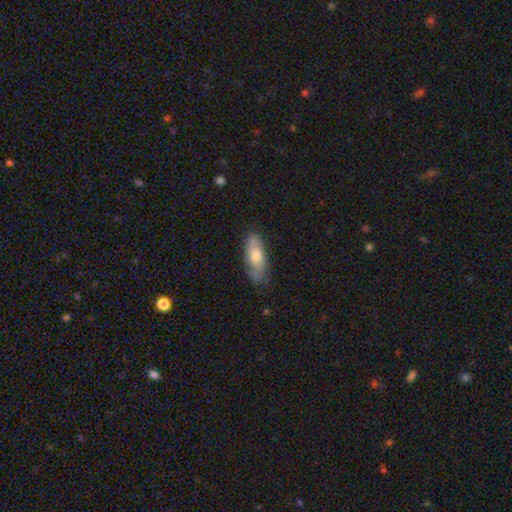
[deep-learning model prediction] Smooth or featured?
  - smooth: 58% *
  - featured or disk: 35%
  - star or artifact: 7%
How rounded?
  - in between: 70% *
  - cigar-shaped: 27%
  - round: 3%
Merging?
  - none: 70% *
  - minor disturbance: 23%
  - major disturbance: 5%
  - merger: 2%